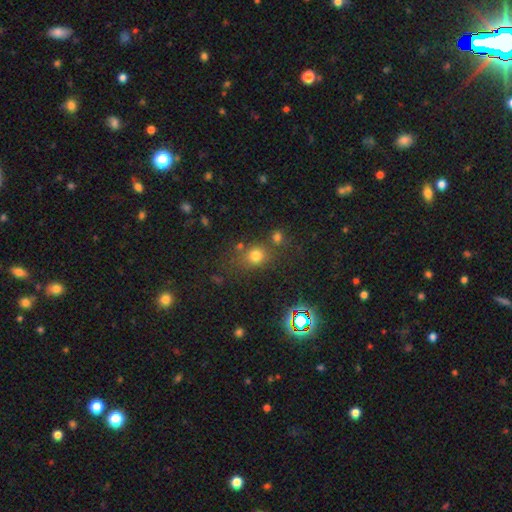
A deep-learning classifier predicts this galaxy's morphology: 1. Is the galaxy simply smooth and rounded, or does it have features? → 72% smooth, 20% star or artifact, 8% featured or disk.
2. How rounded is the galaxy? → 73% round, 26% in between, 2% cigar-shaped.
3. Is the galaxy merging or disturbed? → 66% none, 15% merger, 13% minor disturbance, 6% major disturbance.